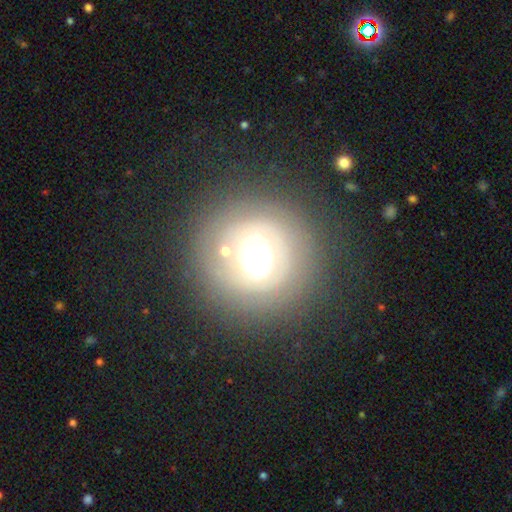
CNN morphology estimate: smooth_or_featured: featured or disk (p=0.48) [alt: smooth p=0.38]
merging: none (p=0.76) [alt: minor disturbance p=0.13]